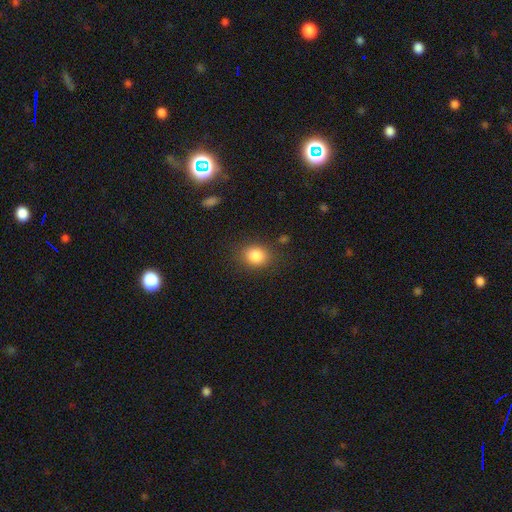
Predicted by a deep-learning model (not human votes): This is clearly a smooth galaxy (84%). How rounded: possibly round (56%). Merging: clearly none (83%).